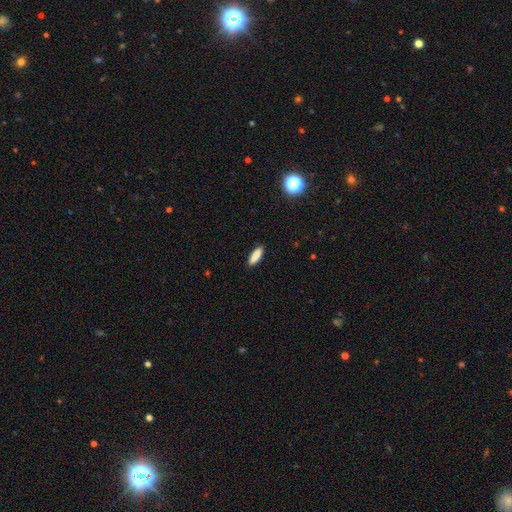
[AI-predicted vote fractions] smooth-or-featured: smooth: 87% | star or artifact: 7% | featured or disk: 6%
  how-rounded: cigar-shaped: 51% | in between: 47% | round: 2%
  merging: none: 89% | minor disturbance: 8% | major disturbance: 2% | merger: 1%